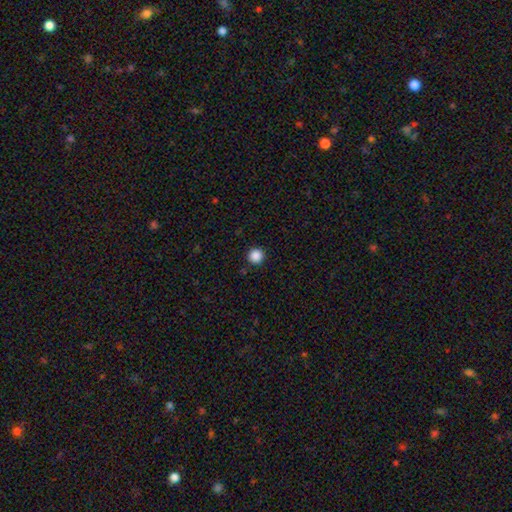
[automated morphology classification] type=smooth (87%); roundness=round (96%); merging=none (92%).